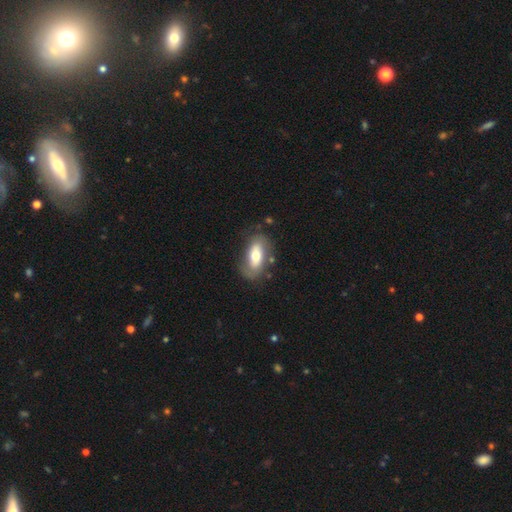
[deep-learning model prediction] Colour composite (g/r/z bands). It shows a smooth galaxy with no disk features (52%) that is in between round and cigar-shaped (87%). Merging: none (68%).